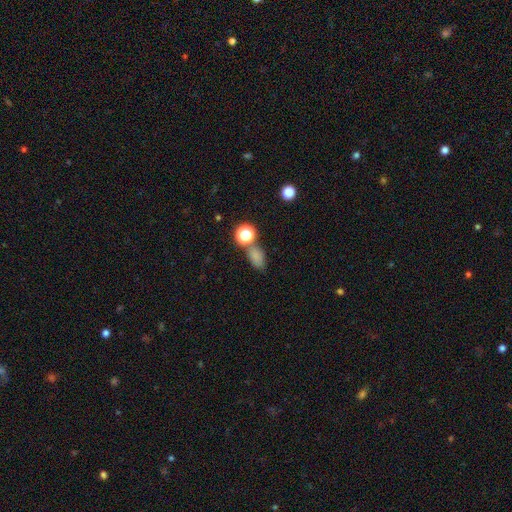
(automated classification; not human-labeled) A smooth galaxy with no disk features (73%) that is in between round and cigar-shaped (75%). Merging: none (60%).